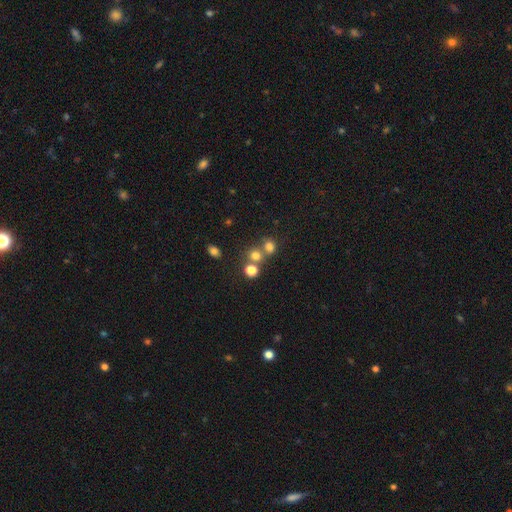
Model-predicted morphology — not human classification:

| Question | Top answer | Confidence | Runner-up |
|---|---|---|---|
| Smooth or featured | smooth | 72% | star or artifact (19%) |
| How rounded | round | 82% | in between (17%) |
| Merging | none | 55% | merger (34%) |